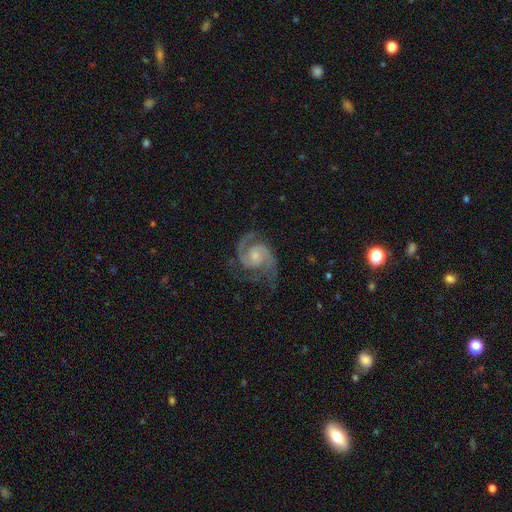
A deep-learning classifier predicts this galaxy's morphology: Smooth or featured? featured or disk (92%)
Edge-on disk? no (98%)
Bar? no (64%)
Spiral arms? yes (98%)
Spiral winding? medium (55%)
Spiral arm count? 2 (84%)
Bulge size? small (51%)
Merging? none (72%)